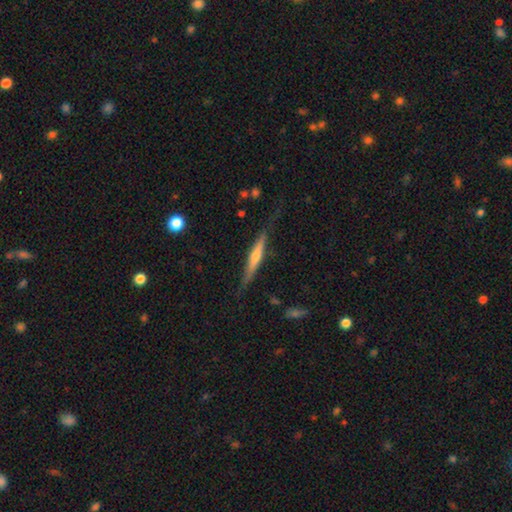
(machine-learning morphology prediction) This is likely a featured or disk galaxy (66%). It is clearly viewed edge-on (95%). Edge-on bulge: likely rounded (72%). Merging: likely none (75%).